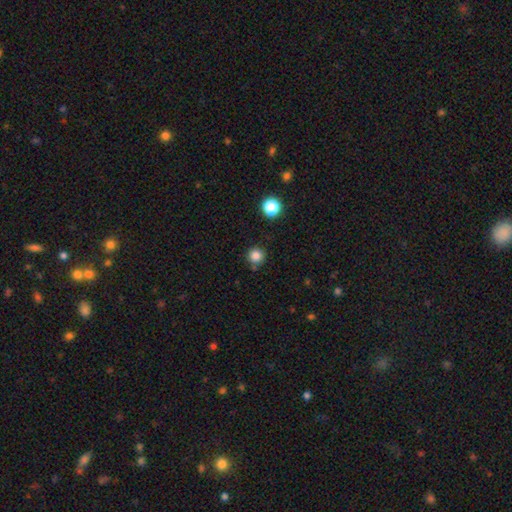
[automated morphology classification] Smooth or featured? Predicted: smooth (p=0.83). How rounded? Predicted: round (p=0.95). Merging? Predicted: none (p=0.83).